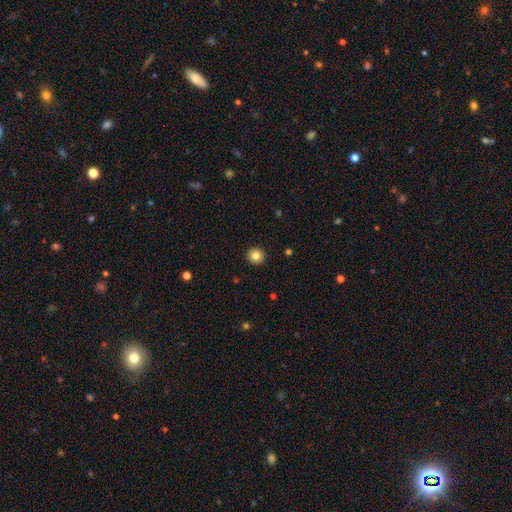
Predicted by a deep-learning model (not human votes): This is clearly a smooth galaxy (83%). How rounded: clearly round (95%). Merging: clearly none (93%).